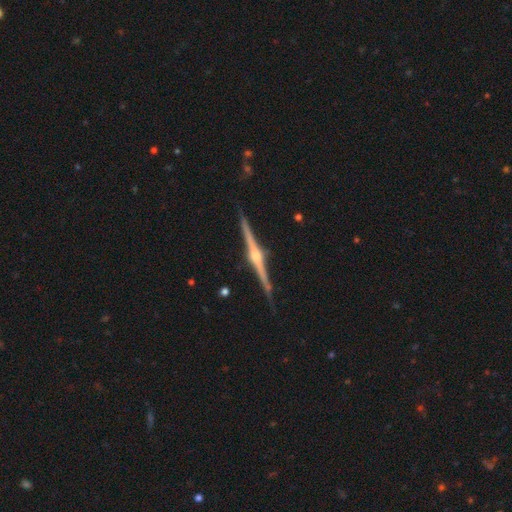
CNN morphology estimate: Smooth or featured? featured or disk (90%)
Edge-on disk? yes (99%)
Edge-on bulge? rounded (90%)
Merging? none (90%)